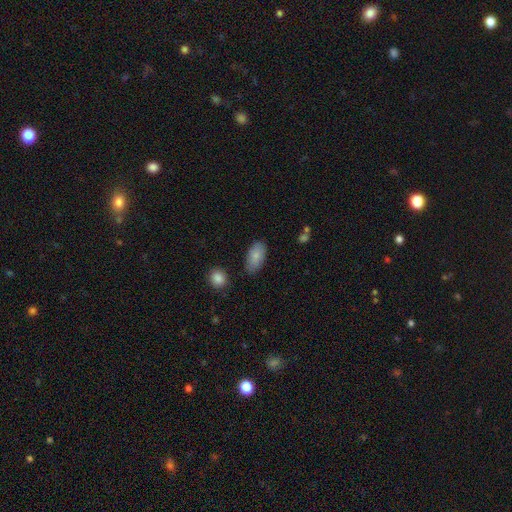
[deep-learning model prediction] Morphology: type=smooth (83%); roundness=in between (93%); merging=none (79%).